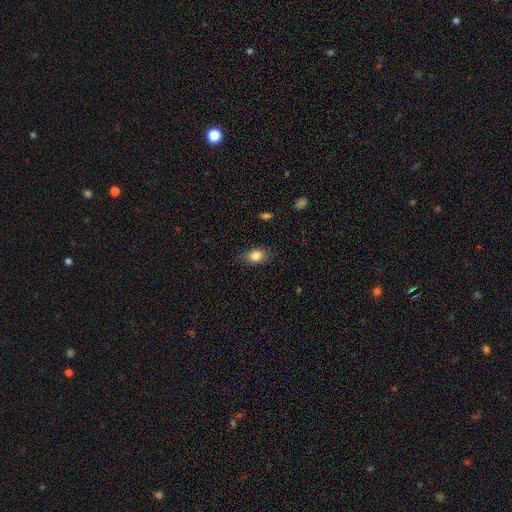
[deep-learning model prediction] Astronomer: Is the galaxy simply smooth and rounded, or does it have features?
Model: smooth — 82%.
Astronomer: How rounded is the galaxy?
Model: in between — 78%.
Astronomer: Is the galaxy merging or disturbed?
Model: none — 81%.